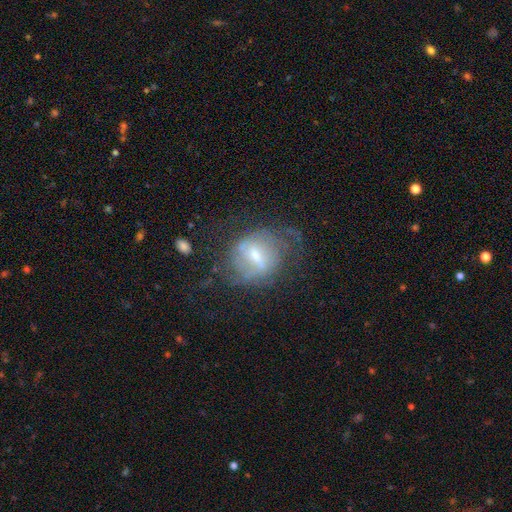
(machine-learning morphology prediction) A featured or disk galaxy (67%) with a weak bar (50%), spiral arms (69%) and a small central bulge (47%). Merging: none (49%).